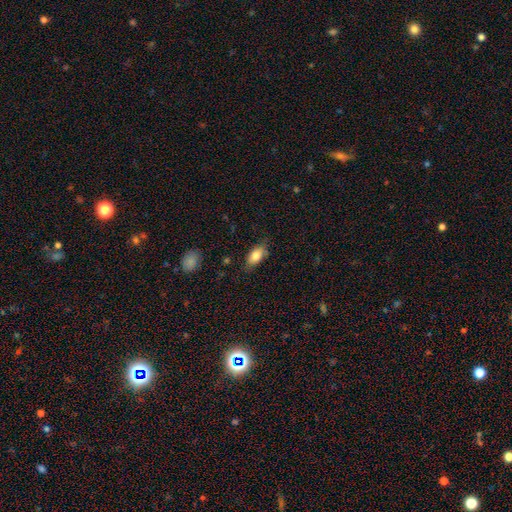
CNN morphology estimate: Smooth or featured?
  - smooth: 81% *
  - featured or disk: 12%
  - star or artifact: 7%
How rounded?
  - in between: 88% *
  - cigar-shaped: 6%
  - round: 5%
Merging?
  - none: 75% *
  - minor disturbance: 19%
  - major disturbance: 4%
  - merger: 2%